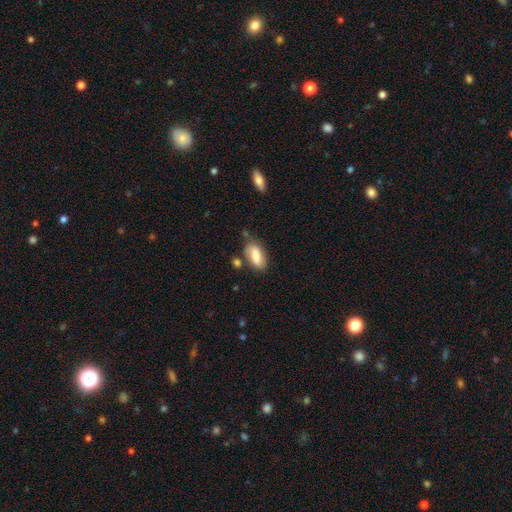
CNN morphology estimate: This is clearly a smooth galaxy (80%). How rounded: clearly in between (89%). Merging: likely none (68%).